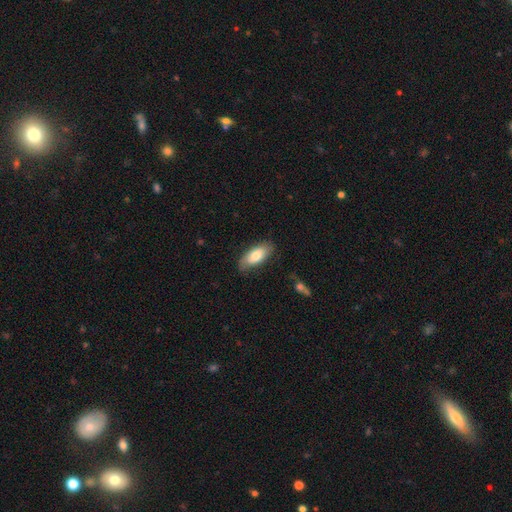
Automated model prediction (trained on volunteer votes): Smooth or featured?
  - smooth: 74% *
  - featured or disk: 20%
  - star or artifact: 6%
How rounded?
  - in between: 84% *
  - cigar-shaped: 13%
  - round: 2%
Merging?
  - none: 77% *
  - minor disturbance: 18%
  - major disturbance: 4%
  - merger: 1%